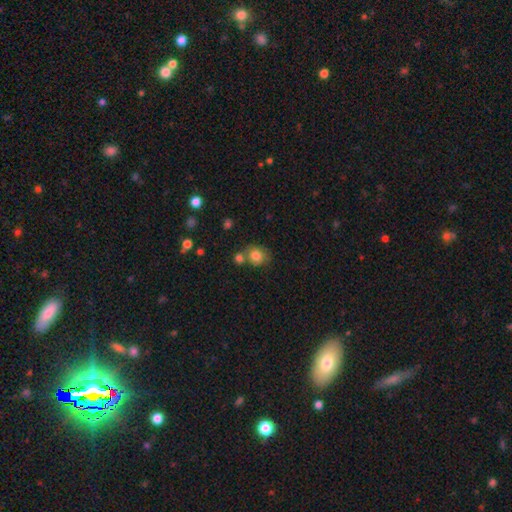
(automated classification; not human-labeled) Smooth or featured: smooth — 81% (featured or disk — 10%)
How rounded: round — 67% (in between — 32%)
Merging: none — 55% (merger — 25%)